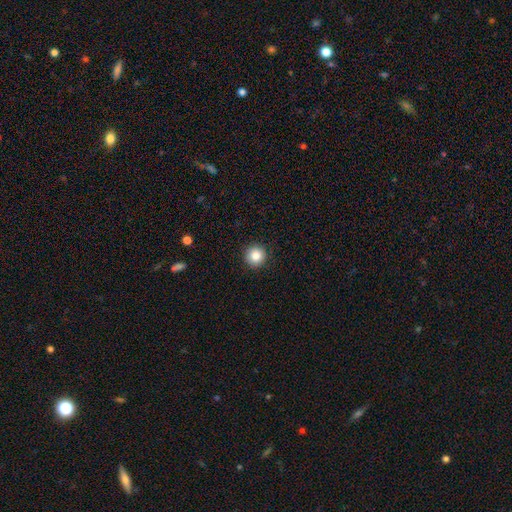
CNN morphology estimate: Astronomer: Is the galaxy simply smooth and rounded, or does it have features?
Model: smooth — 85%.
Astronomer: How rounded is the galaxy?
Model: round — 95%.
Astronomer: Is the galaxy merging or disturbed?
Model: none — 92%.